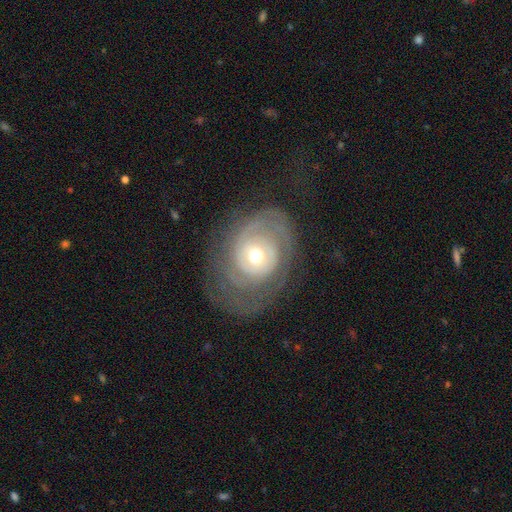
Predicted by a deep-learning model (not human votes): Smooth or featured: featured or disk — 81% (smooth — 13%)
Edge-on disk: no — 96% (yes — 4%)
Bar: no — 77% (weak — 18%)
Spiral arms: yes — 89% (no — 11%)
Spiral winding: tight — 71% (medium — 22%)
Spiral arm count: 2 — 36% (can't tell — 34%)
Bulge size: moderate — 65% (small — 28%)
Merging: none — 62% (minor disturbance — 19%)